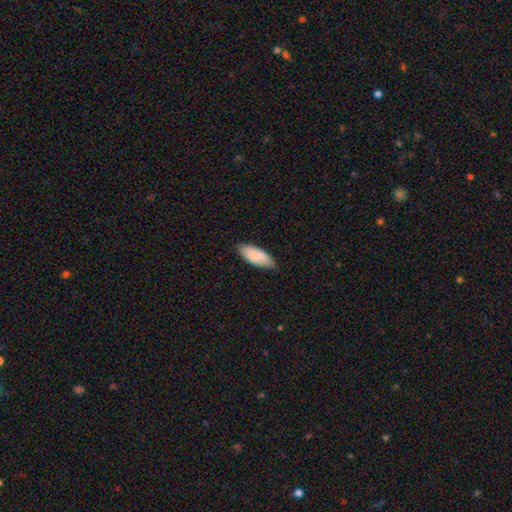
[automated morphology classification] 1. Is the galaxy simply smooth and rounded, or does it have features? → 86% smooth, 9% featured or disk, 5% star or artifact.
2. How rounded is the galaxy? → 83% in between, 16% cigar-shaped, 2% round.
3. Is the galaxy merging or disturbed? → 79% none, 17% minor disturbance, 2% major disturbance, 1% merger.